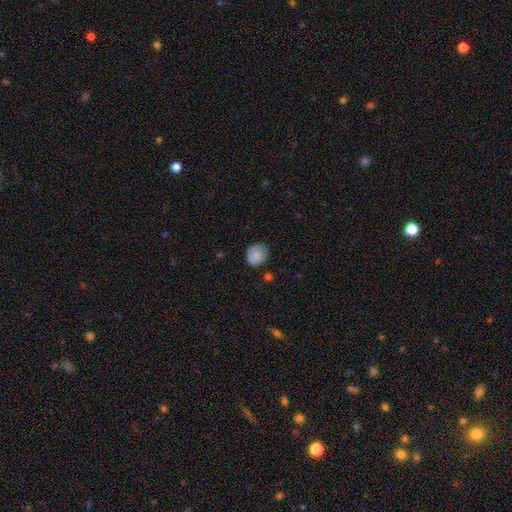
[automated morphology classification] A smooth galaxy with no disk features (82%) that is round (74%).

Vote fractions:
- Smooth or featured? smooth: 82% / featured or disk: 10% / star or artifact: 8%
- How rounded? round: 74% / in between: 25% / cigar-shaped: 1%
- Merging? none: 71% / minor disturbance: 22% / major disturbance: 5% / merger: 2%